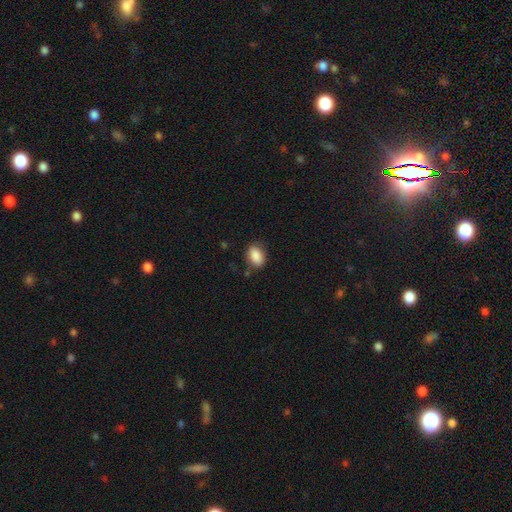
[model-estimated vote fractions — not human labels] Smooth or featured? smooth (88%)
How rounded? in between (86%)
Merging? none (79%)